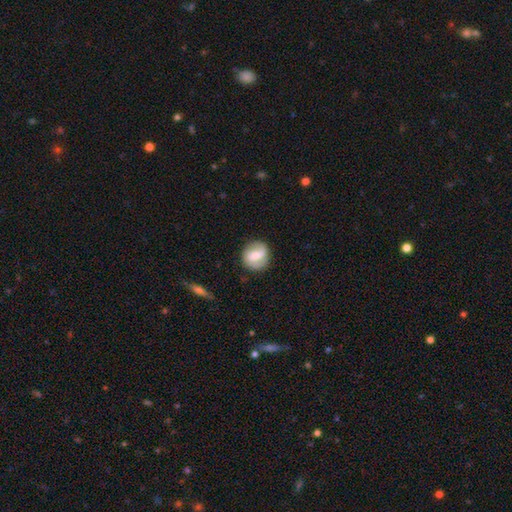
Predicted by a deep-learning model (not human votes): Smooth or featured?
  - featured or disk: 47% *
  - smooth: 46%
  - star or artifact: 7%
Merging?
  - none: 78% *
  - minor disturbance: 15%
  - major disturbance: 5%
  - merger: 2%